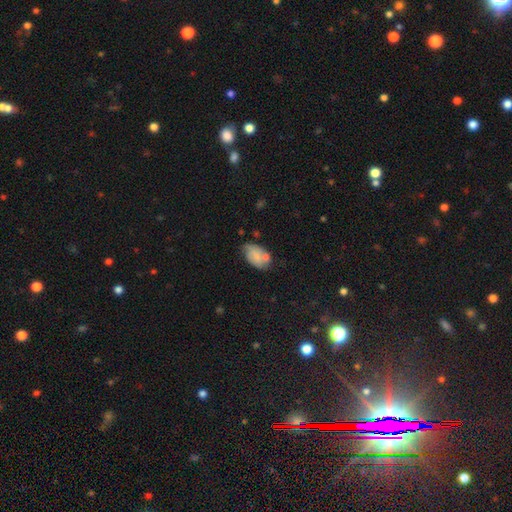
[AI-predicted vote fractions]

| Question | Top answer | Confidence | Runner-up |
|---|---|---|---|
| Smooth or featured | smooth | 57% | featured or disk (35%) |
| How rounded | in between | 89% | round (9%) |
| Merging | none | 46% | minor disturbance (28%) |